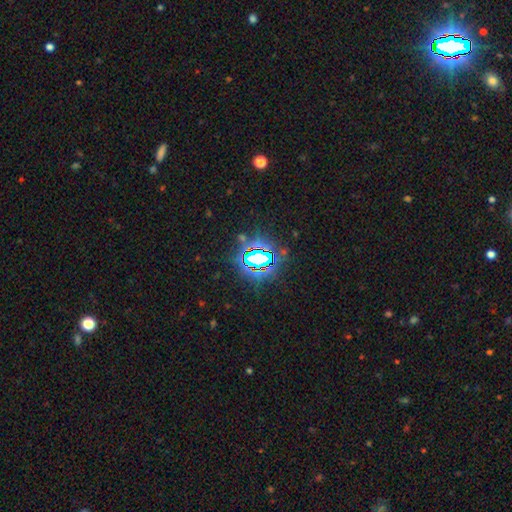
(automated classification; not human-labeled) star or artifact 76%, smooth 14%, featured or disk 10%.